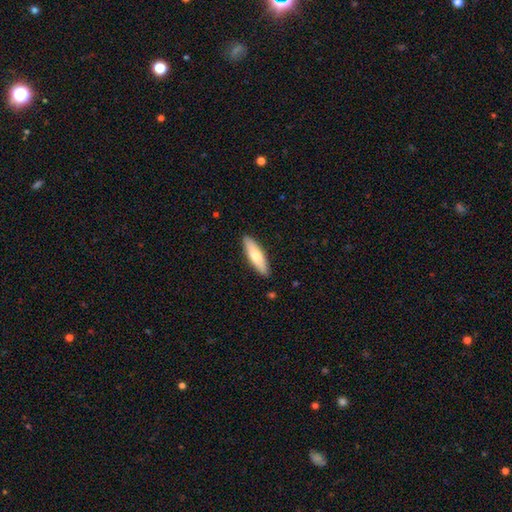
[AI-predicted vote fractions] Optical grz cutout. It shows a smooth galaxy with no disk features (68%) that is cigar-shaped (60%). Merging: none (89%).